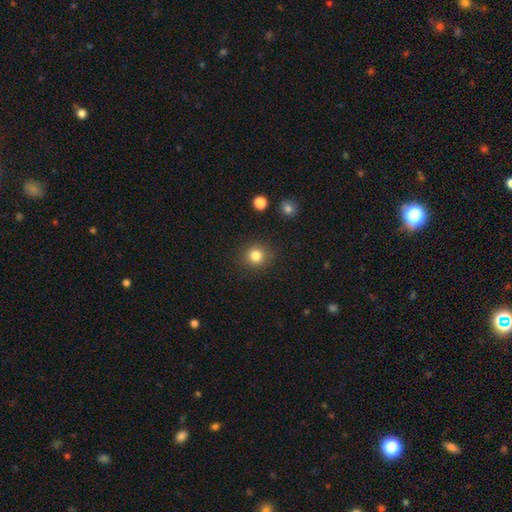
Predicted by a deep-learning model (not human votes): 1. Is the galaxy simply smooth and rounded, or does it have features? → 82% smooth, 12% star or artifact, 6% featured or disk.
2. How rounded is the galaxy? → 90% round, 9% in between, 1% cigar-shaped.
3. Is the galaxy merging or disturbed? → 89% none, 7% minor disturbance, 3% major disturbance, 2% merger.